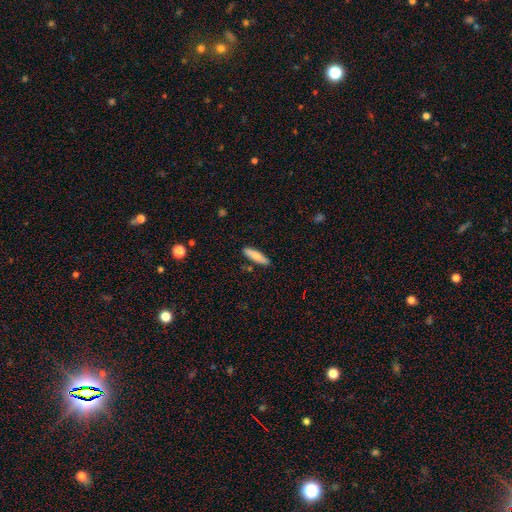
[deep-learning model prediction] Smooth or featured: smooth — 81% (featured or disk — 14%)
How rounded: cigar-shaped — 69% (in between — 30%)
Merging: none — 86% (minor disturbance — 10%)